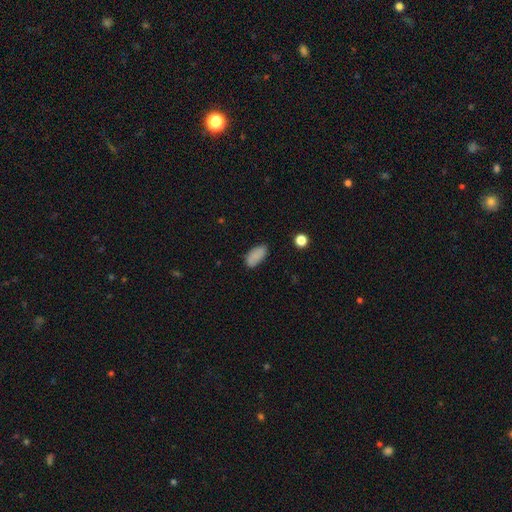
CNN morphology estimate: Smooth or featured? Predicted: smooth (p=0.84). How rounded? Predicted: in between (p=0.92). Merging? Predicted: none (p=0.77).